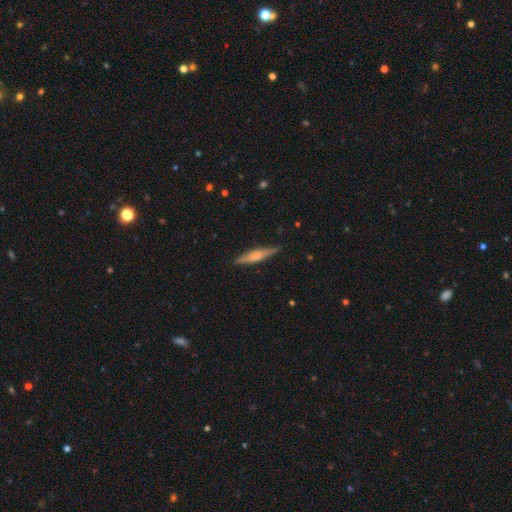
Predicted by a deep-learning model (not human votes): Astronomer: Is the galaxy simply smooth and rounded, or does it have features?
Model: featured or disk — 51% (runner-up: smooth, 43%).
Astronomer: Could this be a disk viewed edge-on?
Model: yes — 96%.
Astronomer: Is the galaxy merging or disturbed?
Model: none — 88%.